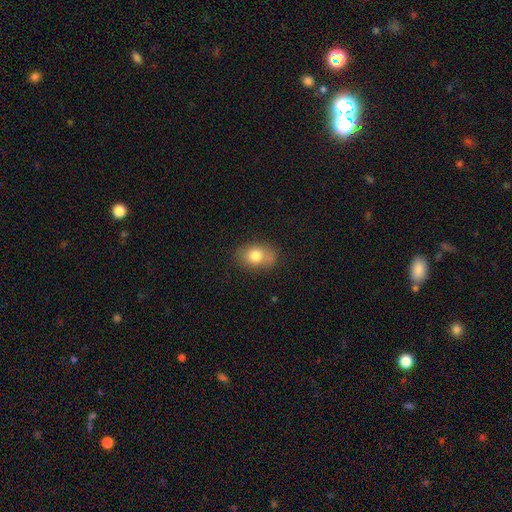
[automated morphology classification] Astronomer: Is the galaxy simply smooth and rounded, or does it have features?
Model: smooth — 77%.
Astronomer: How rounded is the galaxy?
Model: in between — 72%.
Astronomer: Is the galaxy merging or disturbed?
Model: none — 69%.